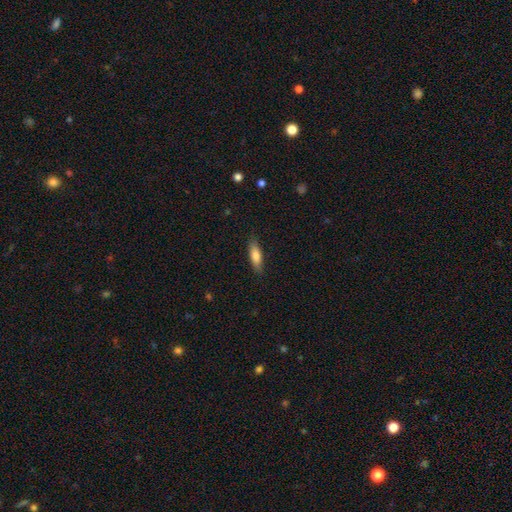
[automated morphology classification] Q: Smooth or featured?
A: smooth (76%); runner-up: featured or disk (17%)
Q: How rounded?
A: cigar-shaped (55%); runner-up: in between (43%)
Q: Merging?
A: none (85%); runner-up: minor disturbance (12%)